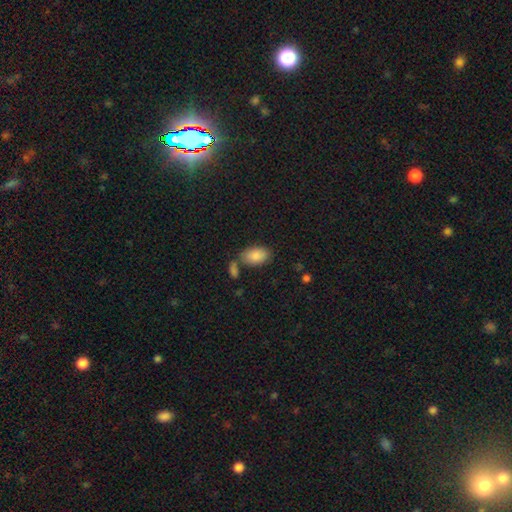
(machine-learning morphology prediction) smooth 87%, star or artifact 7%, featured or disk 6%. Down the decision tree: how rounded — in between (93%); merging — none (66%).